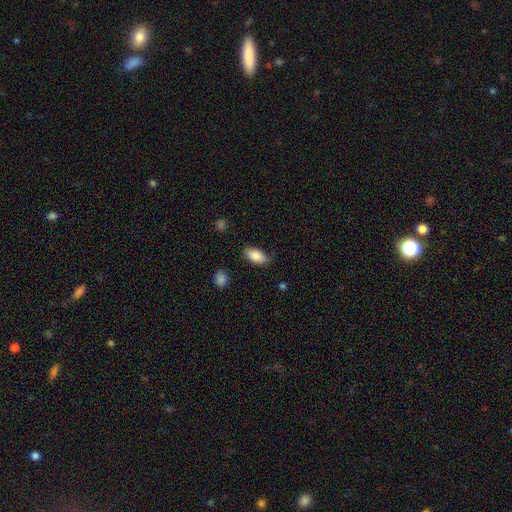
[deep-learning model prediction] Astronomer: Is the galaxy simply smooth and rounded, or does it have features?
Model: smooth — 86%.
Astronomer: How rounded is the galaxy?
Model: in between — 92%.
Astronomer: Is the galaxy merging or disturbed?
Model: none — 74%.